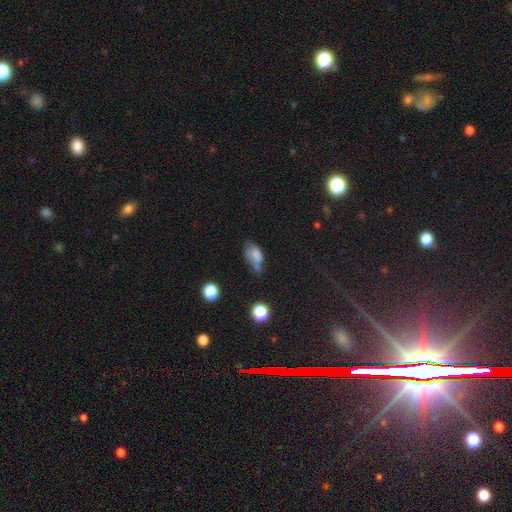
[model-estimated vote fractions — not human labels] Smooth or featured? smooth (67%)
How rounded? in between (87%)
Merging? minor disturbance (36%)